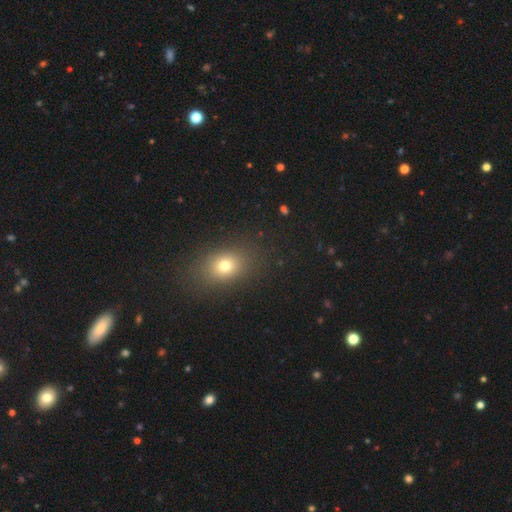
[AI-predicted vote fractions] smooth_or_featured: smooth (p=0.67) [alt: star or artifact p=0.23]
how_rounded: in between (p=0.62) [alt: round p=0.36]
merging: none (p=0.88) [alt: minor disturbance p=0.08]